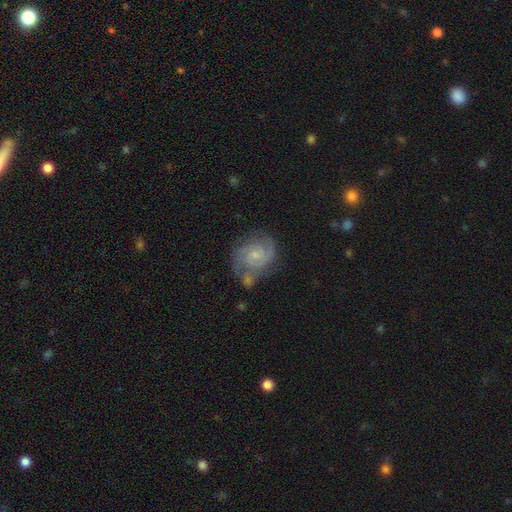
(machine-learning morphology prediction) Overall: featured or disk (74%). Edge-on disk: no (98%). Bar: no (62%; weak 34%). Spiral arms: yes (92%). Spiral arm count: 2 (66%). Spiral winding: medium (45%; tight 40%). Bulge size: small (64%). Merging: none (57%; minor disturbance 21%).